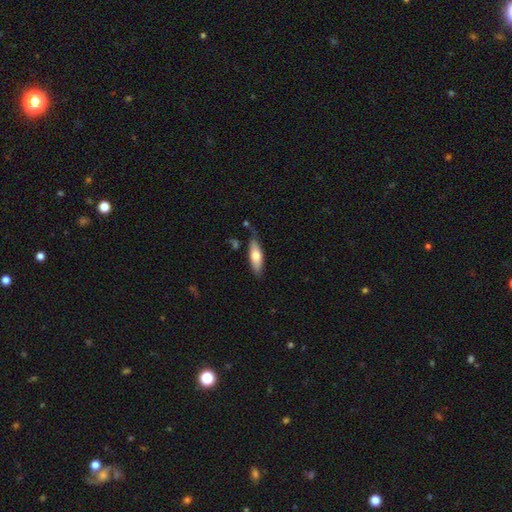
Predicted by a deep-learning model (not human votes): This is likely a smooth galaxy (67%). How rounded: possibly in between (53%). Merging: likely none (68%).